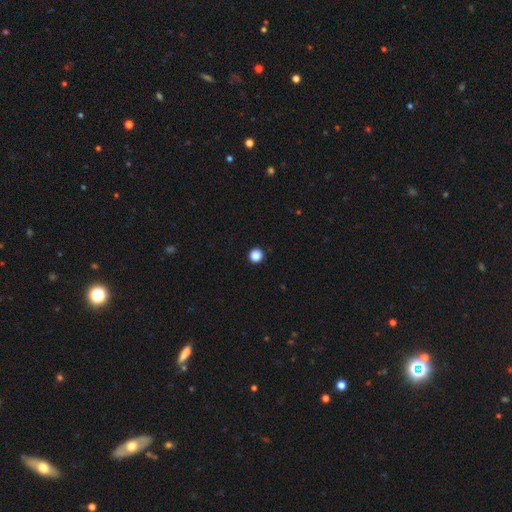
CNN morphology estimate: smooth_or_featured: smooth (p=0.87) [alt: star or artifact p=0.11]
how_rounded: round (p=0.95) [alt: in between p=0.04]
merging: none (p=0.94) [alt: minor disturbance p=0.04]